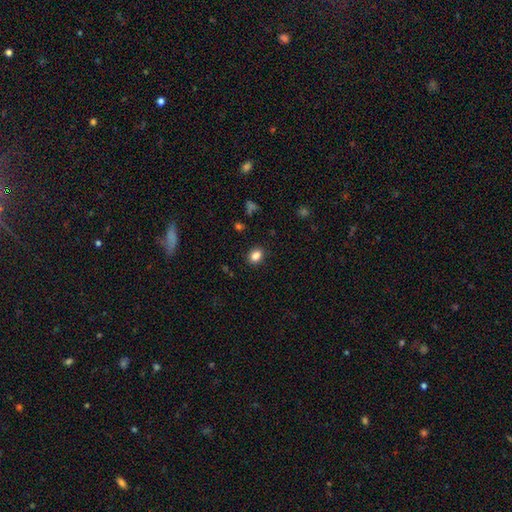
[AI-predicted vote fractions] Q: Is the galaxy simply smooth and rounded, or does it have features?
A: smooth — 85%.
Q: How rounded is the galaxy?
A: in between — 60%.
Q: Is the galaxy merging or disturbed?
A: none — 88%.